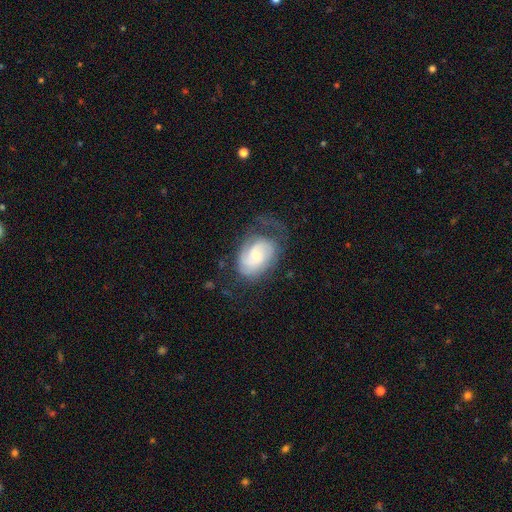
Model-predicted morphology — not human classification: Smooth or featured?
  - featured or disk: 73% *
  - smooth: 21%
  - star or artifact: 6%
Edge-on disk?
  - no: 96% *
  - yes: 4%
Bar?
  - no: 61% *
  - weak: 33%
  - strong: 6%
Spiral arms?
  - yes: 90% *
  - no: 10%
Spiral winding?
  - tight: 49% *
  - medium: 35%
  - loose: 16%
Spiral arm count?
  - 2: 44% *
  - can't tell: 32%
  - 3: 10%
  - 1: 9%
  - 4: 3%
  - more than 4: 3%
Bulge size?
  - small: 51% *
  - moderate: 43%
  - large: 3%
  - none: 2%
  - dominant: 1%
Merging?
  - none: 51% *
  - minor disturbance: 25%
  - major disturbance: 23%
  - merger: 2%